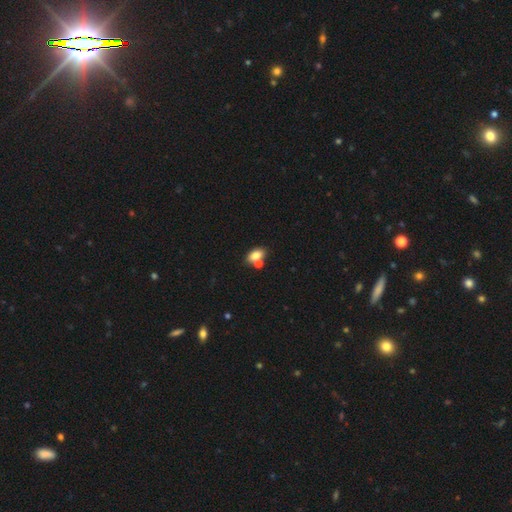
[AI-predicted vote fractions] smooth-or-featured: smooth: 80% | featured or disk: 11% | star or artifact: 9%
  how-rounded: in between: 89% | round: 8% | cigar-shaped: 4%
  merging: none: 52% | merger: 33% | minor disturbance: 12% | major disturbance: 4%